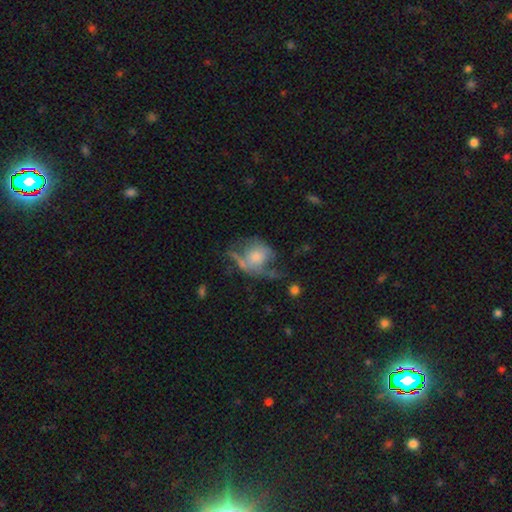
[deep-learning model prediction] Overall: featured or disk (47%; smooth 42%). Merging: major disturbance (36%; none 32%).